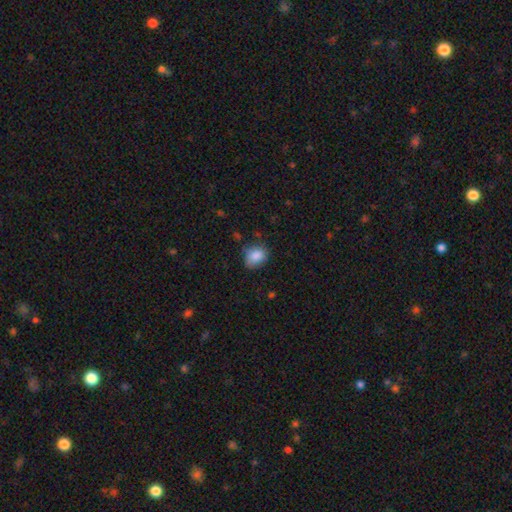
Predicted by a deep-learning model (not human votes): Smooth or featured? Predicted: smooth (p=0.86). How rounded? Predicted: in between (p=0.55). Merging? Predicted: none (p=0.69).